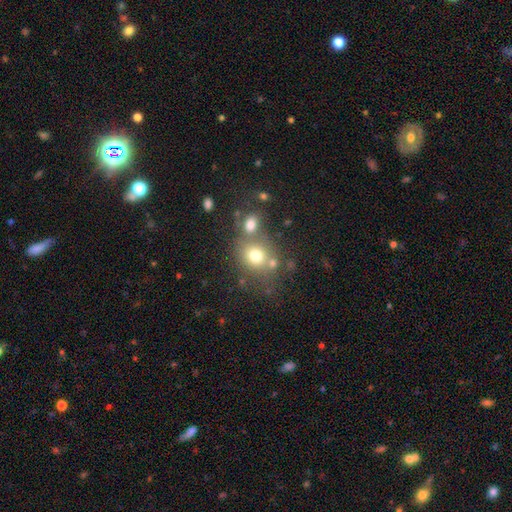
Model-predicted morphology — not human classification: A smooth galaxy with no disk features (72%) that is round (73%). Merging: none (53%).